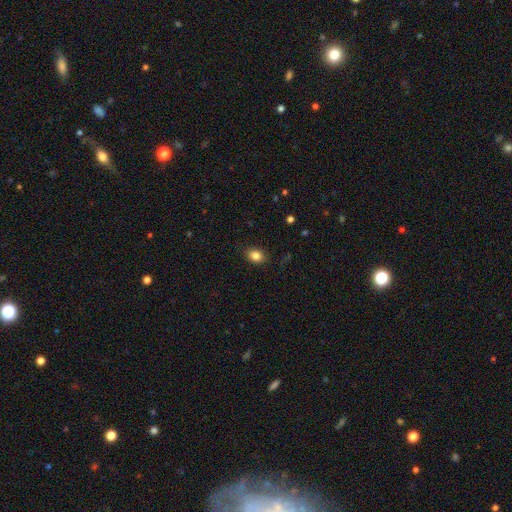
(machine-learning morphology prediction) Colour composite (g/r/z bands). It shows a smooth galaxy with no disk features (84%) that is in between round and cigar-shaped (69%). Merging: none (86%).